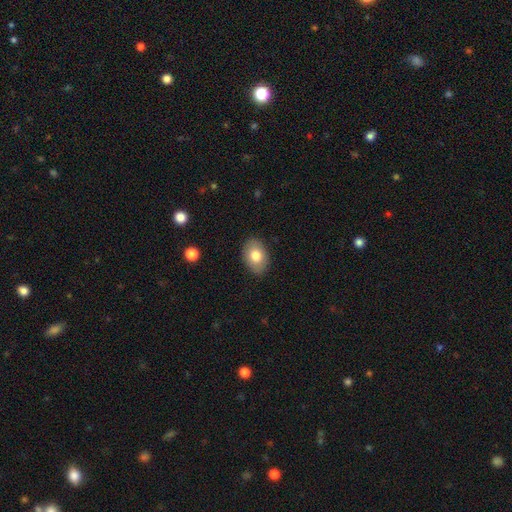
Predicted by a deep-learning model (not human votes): Smooth or featured? smooth (78%)
How rounded? in between (80%)
Merging? none (87%)